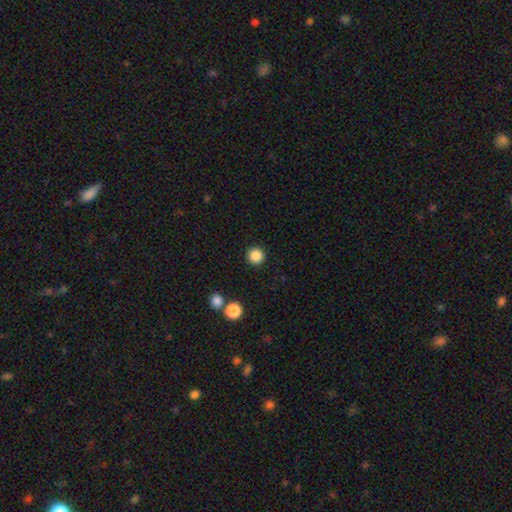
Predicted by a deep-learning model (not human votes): This appears to be a smooth galaxy with no disk features (87%) that is round (96%). Merging: none (93%).